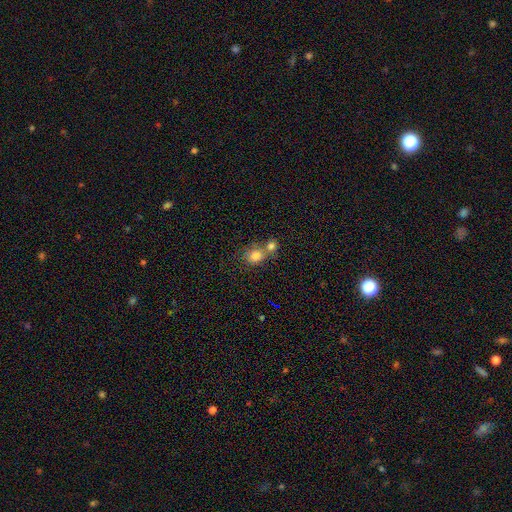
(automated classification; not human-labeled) Smooth or featured?
  - smooth: 78% *
  - star or artifact: 11%
  - featured or disk: 11%
How rounded?
  - round: 71% *
  - in between: 27%
  - cigar-shaped: 1%
Merging?
  - merger: 47% *
  - none: 40%
  - minor disturbance: 9%
  - major disturbance: 4%